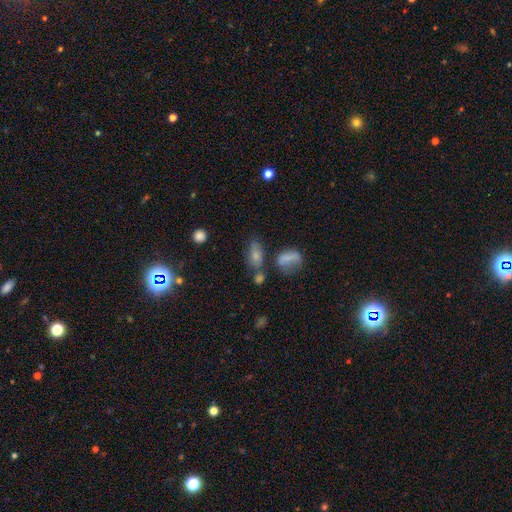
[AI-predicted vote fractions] A smooth galaxy with no disk features (71%) that is in between round and cigar-shaped (79%).

Vote fractions:
- Smooth or featured? smooth: 71% / star or artifact: 15% / featured or disk: 14%
- How rounded? in between: 79% / round: 12% / cigar-shaped: 9%
- Merging? none: 51% / merger: 20% / minor disturbance: 19% / major disturbance: 9%